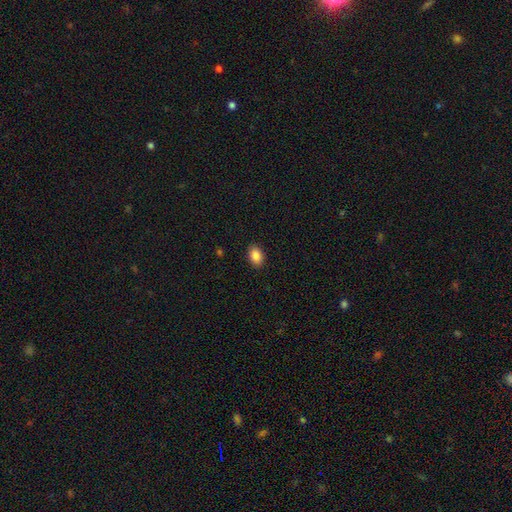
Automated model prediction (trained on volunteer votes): smooth_or_featured: smooth (p=0.88) [alt: star or artifact p=0.08]
how_rounded: in between (p=0.85) [alt: round p=0.14]
merging: none (p=0.89) [alt: minor disturbance p=0.08]